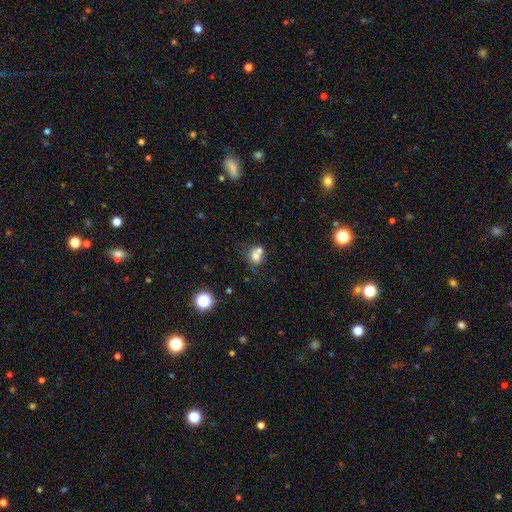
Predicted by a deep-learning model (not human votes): This appears to be a smooth galaxy with no disk features (71%) that is round (66%). Merging: merger (49%).